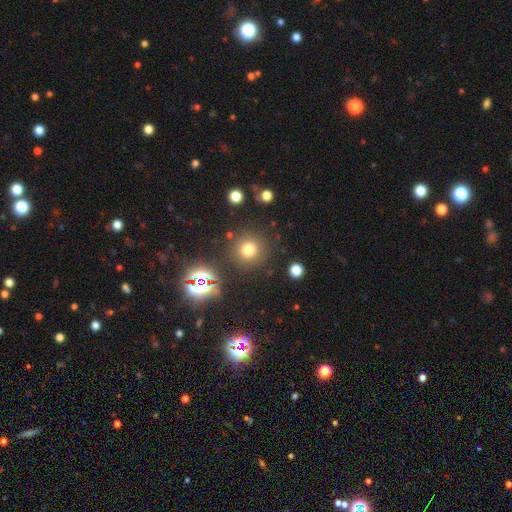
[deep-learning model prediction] This appears to be a star or artifact, not a galaxy (48%).